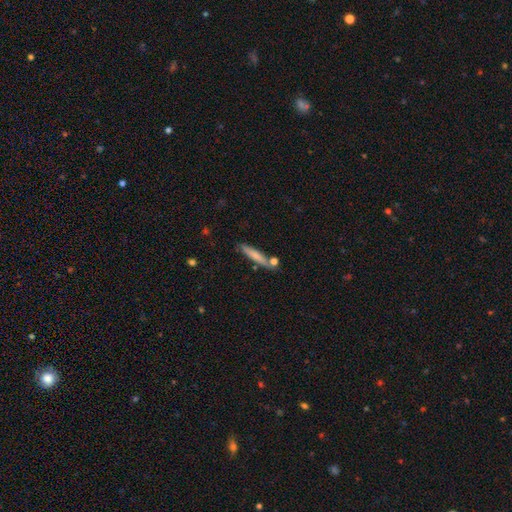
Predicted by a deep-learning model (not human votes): A smooth galaxy with no disk features (68%) that is cigar-shaped (91%).

Vote fractions:
- Smooth or featured? smooth: 68% / featured or disk: 26% / star or artifact: 6%
- How rounded? cigar-shaped: 91% / in between: 7% / round: 2%
- Merging? none: 76% / minor disturbance: 13% / merger: 8% / major disturbance: 3%